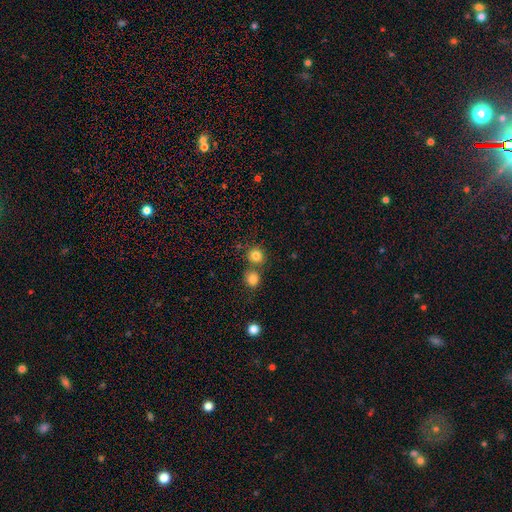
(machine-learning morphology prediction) type=smooth (81%); roundness=round (90%); merging=none (65%).